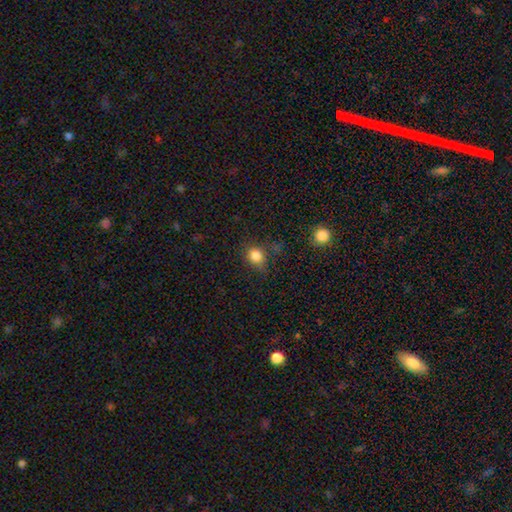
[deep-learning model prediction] Overall: smooth (83%). How rounded: round (73%). Merging: none (70%).